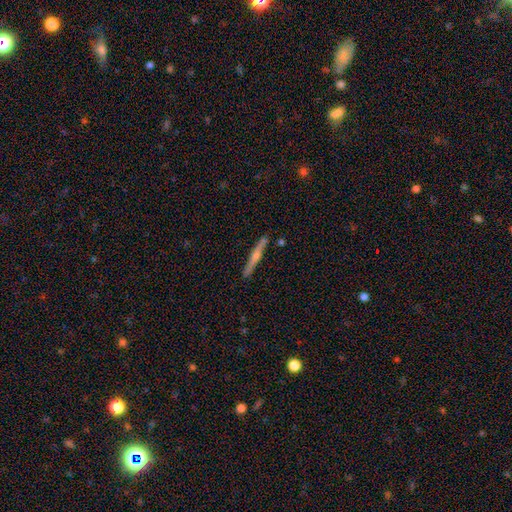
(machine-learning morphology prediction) Overall: featured or disk (61%; smooth 26%). Edge-on disk: yes (93%). Edge-on bulge: rounded (73%). Merging: none (86%).